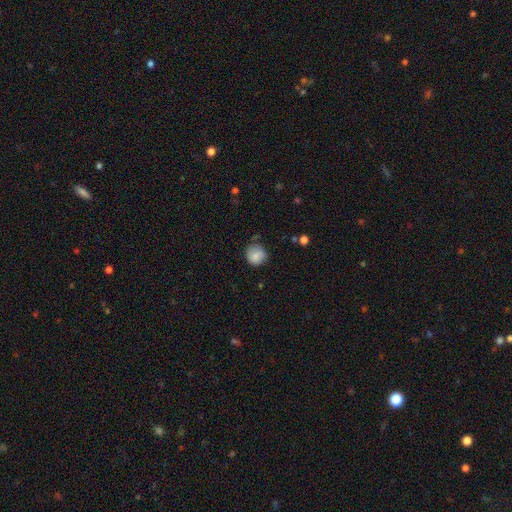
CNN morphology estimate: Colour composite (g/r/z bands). It shows a smooth galaxy with no disk features (83%) that is round (85%). Merging: none (67%).